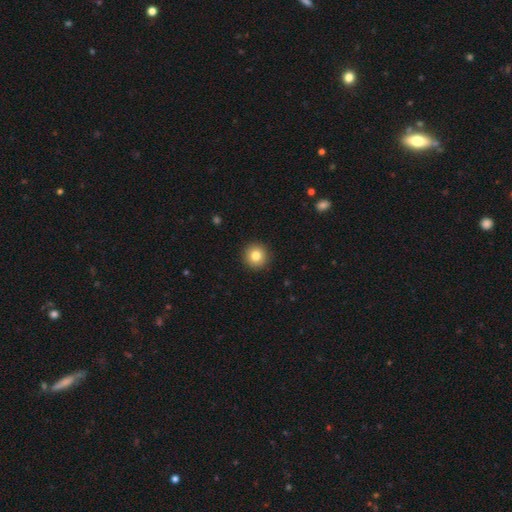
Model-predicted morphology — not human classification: Q: Smooth or featured?
A: smooth (82%); runner-up: star or artifact (10%)
Q: How rounded?
A: round (95%); runner-up: in between (4%)
Q: Merging?
A: none (93%); runner-up: minor disturbance (5%)